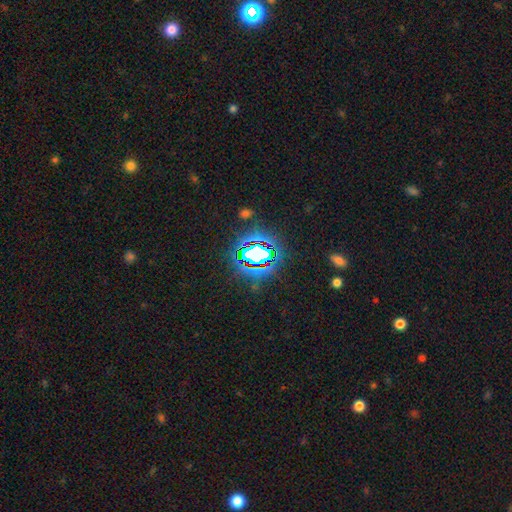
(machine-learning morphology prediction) Smooth or featured?
  - star or artifact: 73% *
  - smooth: 15%
  - featured or disk: 12%